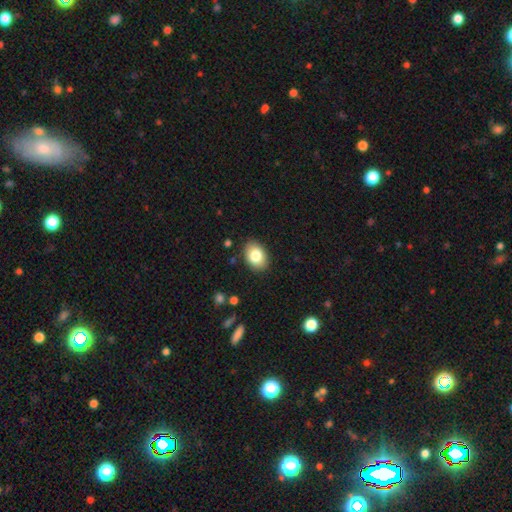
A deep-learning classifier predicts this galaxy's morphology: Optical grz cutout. It shows a smooth galaxy with no disk features (81%) that is in between round and cigar-shaped (79%). Merging: none (87%).